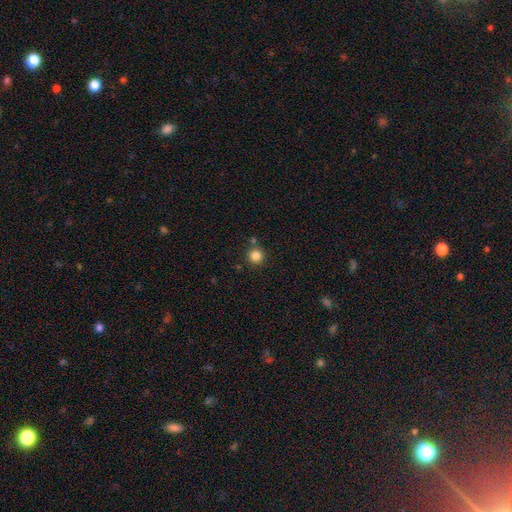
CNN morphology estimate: smooth_or_featured: smooth (p=0.84) [alt: star or artifact p=0.12]
how_rounded: round (p=0.95) [alt: in between p=0.04]
merging: none (p=0.84) [alt: merger p=0.07]